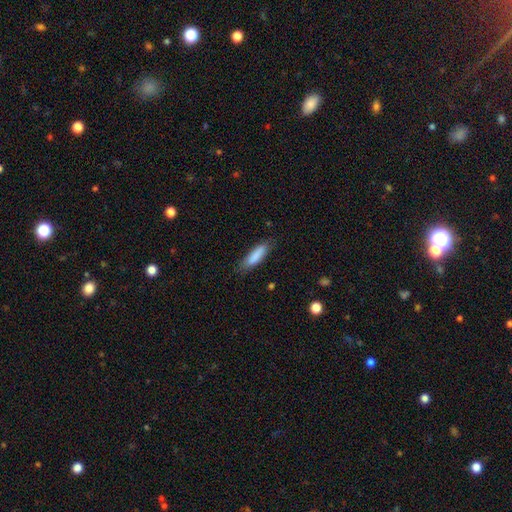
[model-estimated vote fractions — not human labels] Smooth or featured: smooth — 85% (featured or disk — 9%)
How rounded: cigar-shaped — 63% (in between — 36%)
Merging: none — 80% (minor disturbance — 16%)